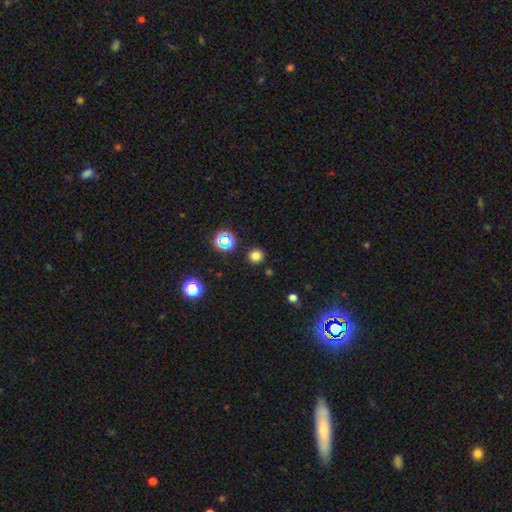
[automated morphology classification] This is likely a smooth galaxy (76%). How rounded: clearly round (92%). Merging: clearly none (89%).